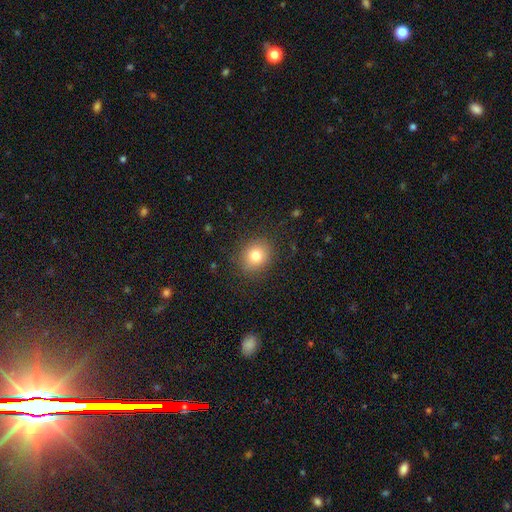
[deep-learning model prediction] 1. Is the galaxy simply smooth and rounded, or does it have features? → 80% smooth, 11% star or artifact, 9% featured or disk.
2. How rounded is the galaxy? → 72% round, 27% in between, 1% cigar-shaped.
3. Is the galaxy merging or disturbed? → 86% none, 9% minor disturbance, 3% major disturbance, 1% merger.